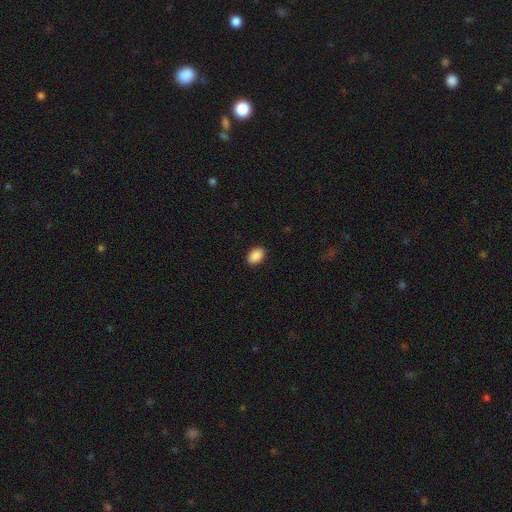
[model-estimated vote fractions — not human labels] Morphology: type=smooth (90%); roundness=in between (80%); merging=none (90%).